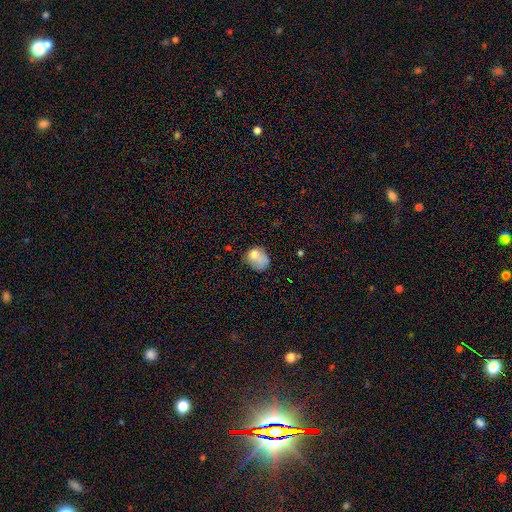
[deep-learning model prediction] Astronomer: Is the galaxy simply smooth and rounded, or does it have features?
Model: smooth — 74%.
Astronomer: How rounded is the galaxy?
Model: in between — 50% (runner-up: round, 49%).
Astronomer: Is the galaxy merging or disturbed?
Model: none — 35% (runner-up: minor disturbance, 32%).